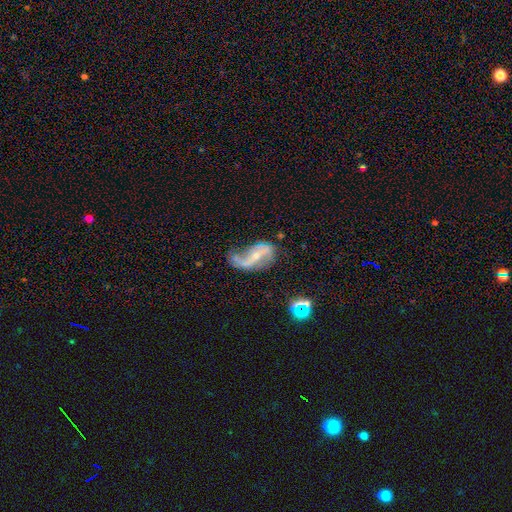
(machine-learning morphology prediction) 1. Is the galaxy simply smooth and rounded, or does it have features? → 83% featured or disk, 9% smooth, 8% star or artifact.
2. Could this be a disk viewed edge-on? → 95% no, 5% yes.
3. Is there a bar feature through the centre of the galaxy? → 37% strong, 36% weak, 27% no.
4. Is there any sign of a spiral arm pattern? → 90% yes, 10% no.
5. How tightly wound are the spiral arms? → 73% loose, 20% medium, 7% tight.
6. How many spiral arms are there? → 81% 2, 11% 1, 5% can't tell, 1% 3, 1% 4, 1% more than 4.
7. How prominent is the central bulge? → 63% small, 32% moderate, 3% none, 1% large, 1% dominant.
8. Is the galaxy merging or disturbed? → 43% none, 27% minor disturbance, 24% major disturbance, 6% merger.